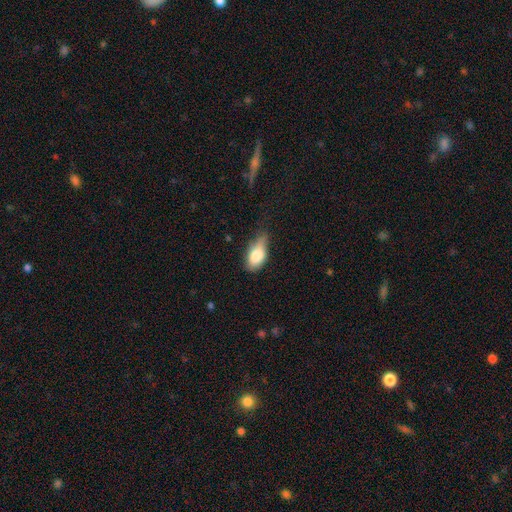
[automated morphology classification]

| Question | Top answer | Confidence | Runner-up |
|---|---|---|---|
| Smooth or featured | smooth | 80% | featured or disk (13%) |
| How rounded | in between | 88% | round (7%) |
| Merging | minor disturbance | 49% | none (32%) |